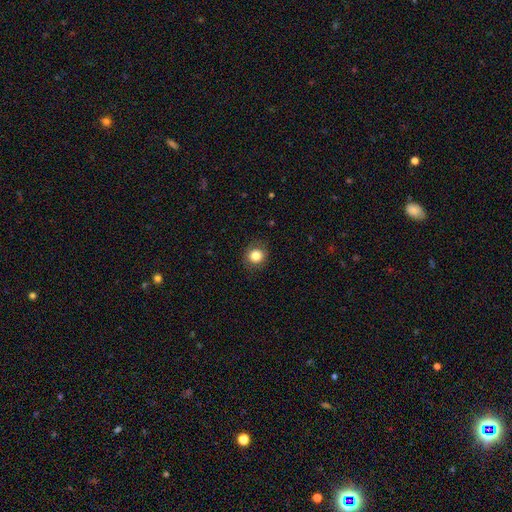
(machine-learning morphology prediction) Smooth or featured?
  - smooth: 83% *
  - star or artifact: 11%
  - featured or disk: 6%
How rounded?
  - round: 87% *
  - in between: 12%
  - cigar-shaped: 1%
Merging?
  - none: 87% *
  - minor disturbance: 9%
  - major disturbance: 3%
  - merger: 1%